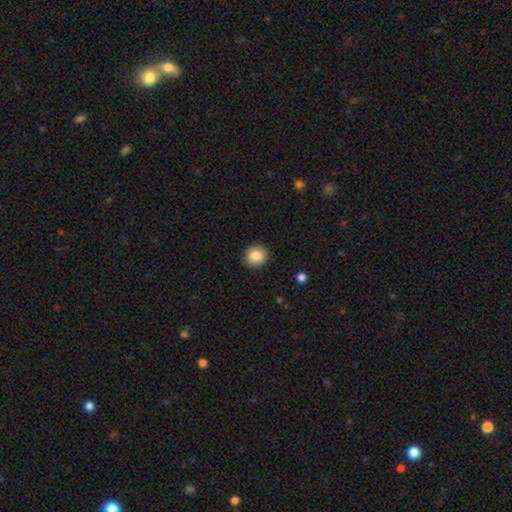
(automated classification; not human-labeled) Q: Smooth or featured?
A: smooth (86%); runner-up: star or artifact (9%)
Q: How rounded?
A: round (90%); runner-up: in between (9%)
Q: Merging?
A: none (92%); runner-up: minor disturbance (6%)